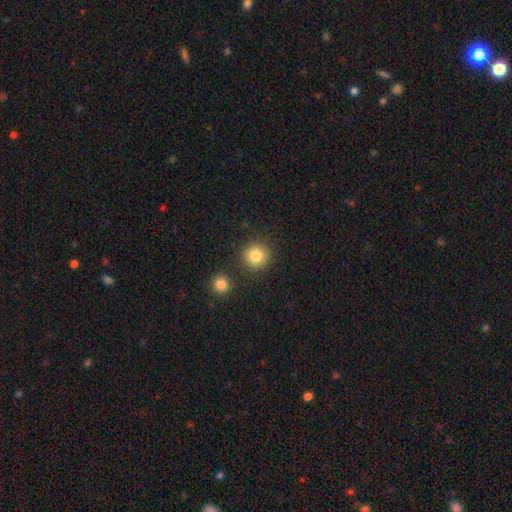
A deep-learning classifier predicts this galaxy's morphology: The model was most divided on "smooth or featured": smooth: 84%, star or artifact: 11%, featured or disk: 6%. More confident: how rounded — round (92%); merging — none (85%).